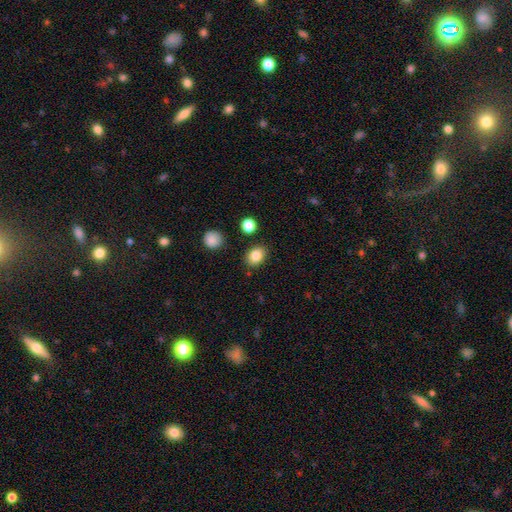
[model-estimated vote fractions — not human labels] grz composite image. It shows a smooth galaxy with no disk features (84%) that is in between round and cigar-shaped (63%). Merging: none (84%).